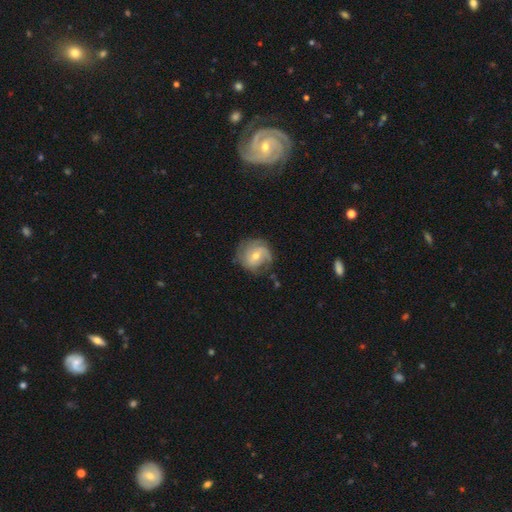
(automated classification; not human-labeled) Smooth or featured? Predicted: featured or disk (p=0.62). Edge-on disk? Predicted: no (p=0.97). Bar? Predicted: no (p=0.52). Spiral arms? Predicted: yes (p=0.85). Spiral winding? Predicted: tight (p=0.41). Spiral arm count? Predicted: 2 (p=0.43). Bulge size? Predicted: moderate (p=0.53). Merging? Predicted: none (p=0.63).